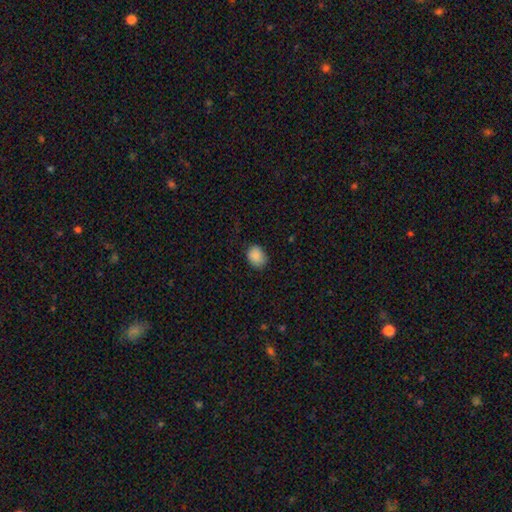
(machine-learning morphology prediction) Overall: smooth (88%). How rounded: round (52%; in between 47%). Merging: none (77%).